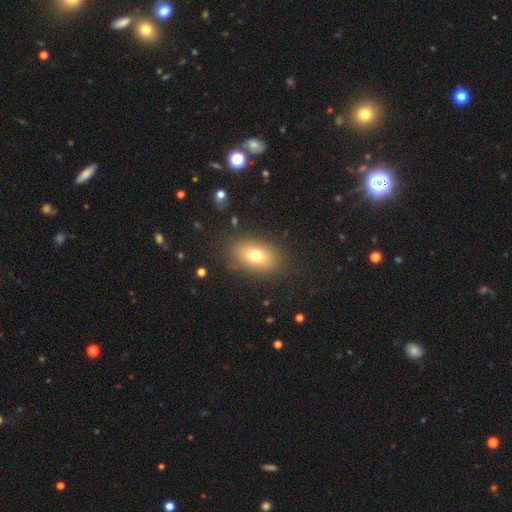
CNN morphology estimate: smooth_or_featured: smooth (p=0.74) [alt: featured or disk p=0.15]
how_rounded: in between (p=0.84) [alt: round p=0.14]
merging: none (p=0.82) [alt: minor disturbance p=0.12]